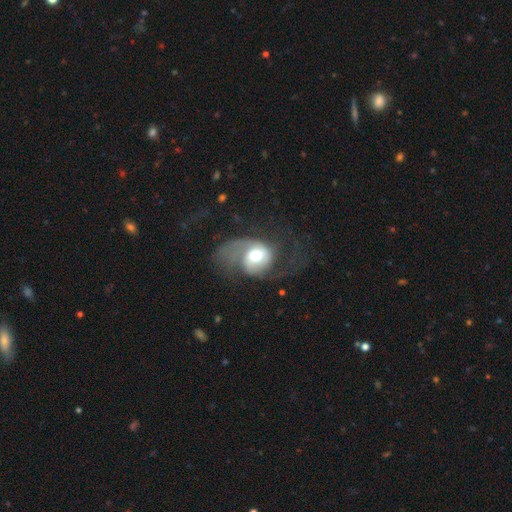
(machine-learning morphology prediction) Smooth or featured?
  - featured or disk: 65% *
  - smooth: 27%
  - star or artifact: 7%
Edge-on disk?
  - no: 97% *
  - yes: 3%
Bar?
  - no: 64% *
  - weak: 27%
  - strong: 8%
Spiral arms?
  - yes: 84% *
  - no: 16%
Spiral winding?
  - loose: 52% *
  - medium: 37%
  - tight: 12%
Spiral arm count?
  - 2: 55% *
  - 1: 32%
  - can't tell: 8%
  - 3: 3%
  - 4: 1%
  - more than 4: 1%
Bulge size?
  - moderate: 62% *
  - large: 26%
  - small: 7%
  - dominant: 4%
  - none: 1%
Merging?
  - major disturbance: 46% *
  - none: 34%
  - minor disturbance: 18%
  - merger: 3%